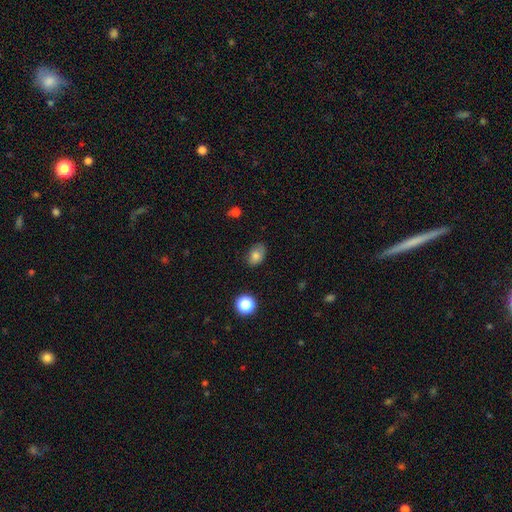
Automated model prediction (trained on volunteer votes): Morphology: type=smooth (79%); roundness=in between (79%); merging=none (69%).